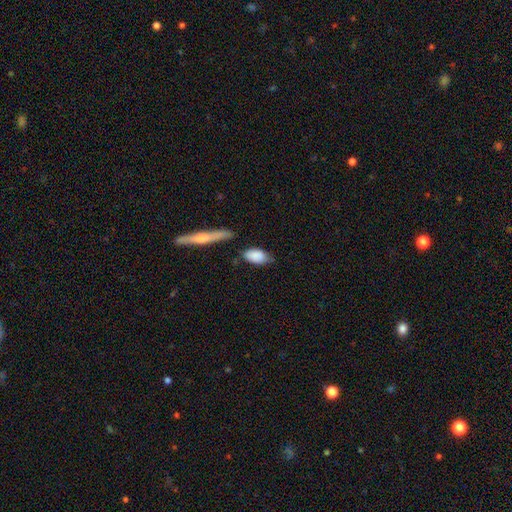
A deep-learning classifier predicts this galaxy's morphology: smooth_or_featured: smooth (p=0.85) [alt: featured or disk p=0.09]
how_rounded: in between (p=0.90) [alt: cigar-shaped p=0.05]
merging: none (p=0.66) [alt: minor disturbance p=0.21]